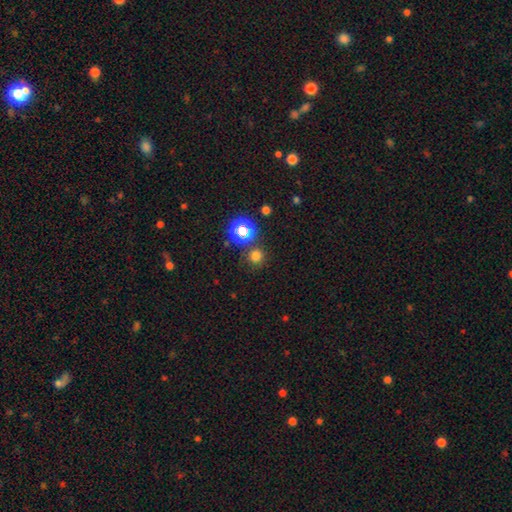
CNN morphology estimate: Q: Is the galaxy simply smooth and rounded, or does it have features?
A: smooth — 68%.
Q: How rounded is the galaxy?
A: round — 92%.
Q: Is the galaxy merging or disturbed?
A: none — 81%.